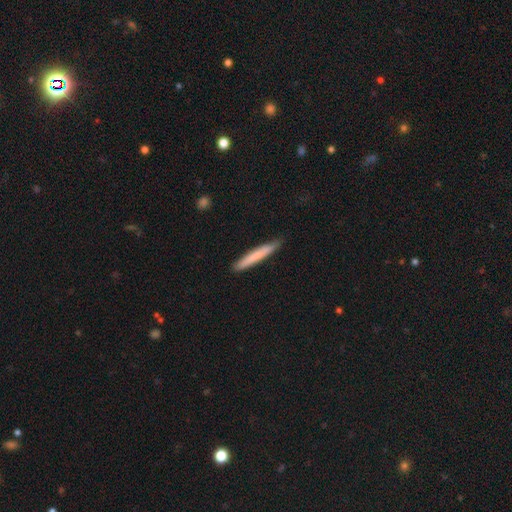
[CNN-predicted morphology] Smooth or featured? smooth (71%)
How rounded? cigar-shaped (96%)
Merging? none (86%)